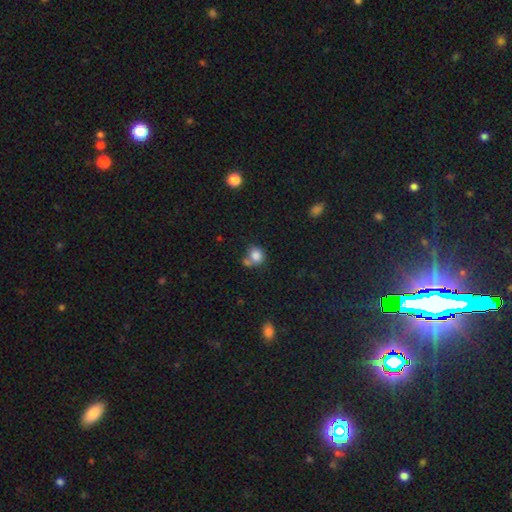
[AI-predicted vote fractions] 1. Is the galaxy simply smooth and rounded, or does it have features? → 82% smooth, 10% star or artifact, 7% featured or disk.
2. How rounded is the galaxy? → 78% round, 21% in between, 1% cigar-shaped.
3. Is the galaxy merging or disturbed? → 46% none, 35% merger, 13% minor disturbance, 6% major disturbance.